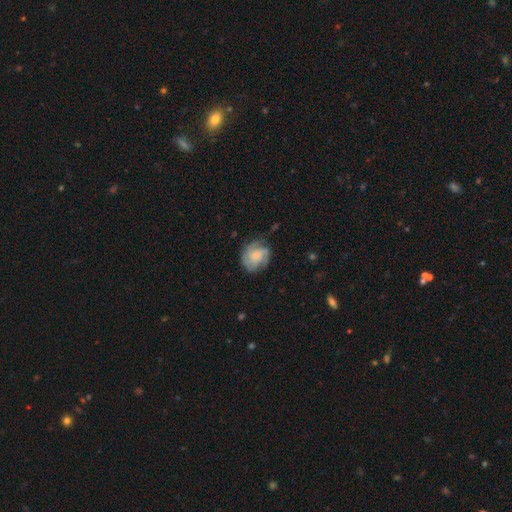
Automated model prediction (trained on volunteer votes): Q: Smooth or featured?
A: featured or disk (59%); runner-up: smooth (34%)
Q: Edge-on disk?
A: no (98%); runner-up: yes (2%)
Q: Bar?
A: no (72%); runner-up: weak (24%)
Q: Spiral arms?
A: yes (90%); runner-up: no (10%)
Q: Spiral winding?
A: tight (50%); runner-up: medium (36%)
Q: Spiral arm count?
A: 3 (30%); runner-up: can't tell (28%)
Q: Bulge size?
A: none (35%); runner-up: moderate (22%)
Q: Merging?
A: none (63%); runner-up: minor disturbance (23%)